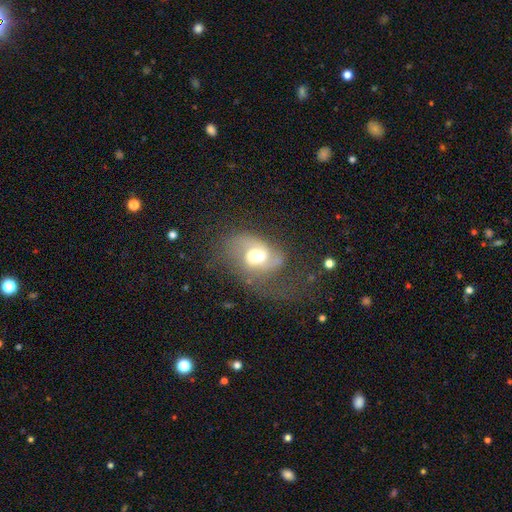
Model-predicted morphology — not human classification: A featured or disk galaxy (63%) with no bar (59%), spiral arms (75%) and a moderate central bulge (60%). Merging: merger (35%).